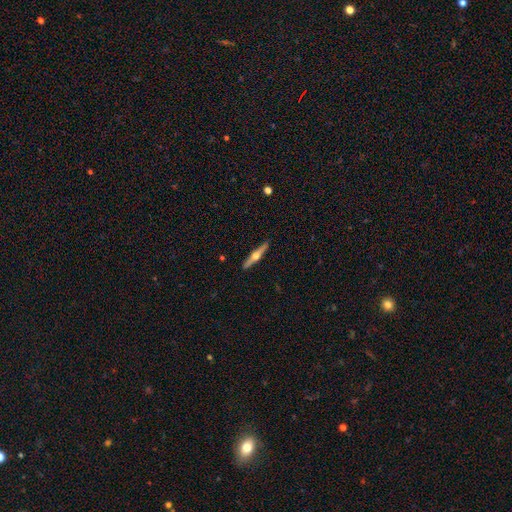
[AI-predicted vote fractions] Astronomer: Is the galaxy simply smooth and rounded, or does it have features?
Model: featured or disk — 72%.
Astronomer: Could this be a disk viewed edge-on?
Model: yes — 98%.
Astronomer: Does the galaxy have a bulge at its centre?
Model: rounded — 95%.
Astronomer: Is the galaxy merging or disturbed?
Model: none — 91%.